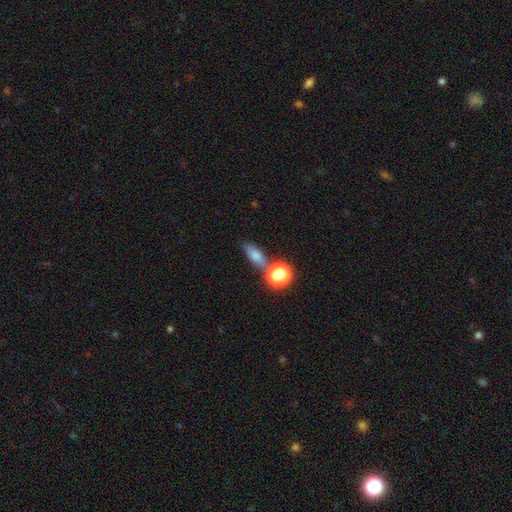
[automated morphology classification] Smooth or featured? smooth (71%)
How rounded? in between (59%)
Merging? none (66%)